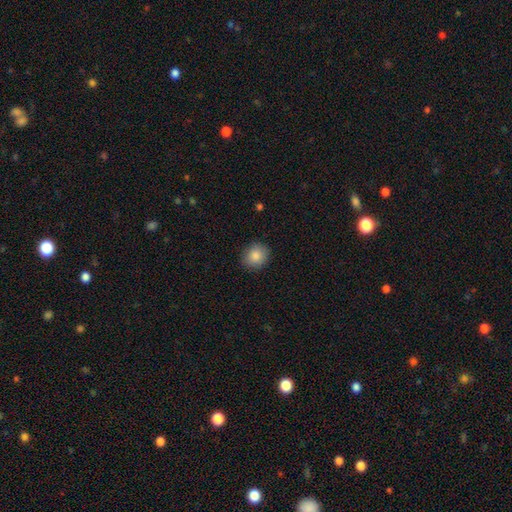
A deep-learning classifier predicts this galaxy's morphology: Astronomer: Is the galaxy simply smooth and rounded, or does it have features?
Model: smooth — 86%.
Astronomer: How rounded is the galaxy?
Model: round — 76%.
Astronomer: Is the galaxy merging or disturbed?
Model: none — 89%.